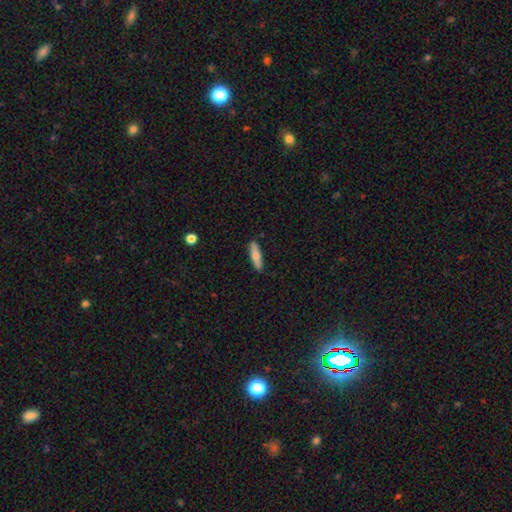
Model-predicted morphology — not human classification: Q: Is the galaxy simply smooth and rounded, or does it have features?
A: smooth — 72%.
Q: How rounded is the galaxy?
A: cigar-shaped — 71%.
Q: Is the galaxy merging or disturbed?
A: none — 89%.